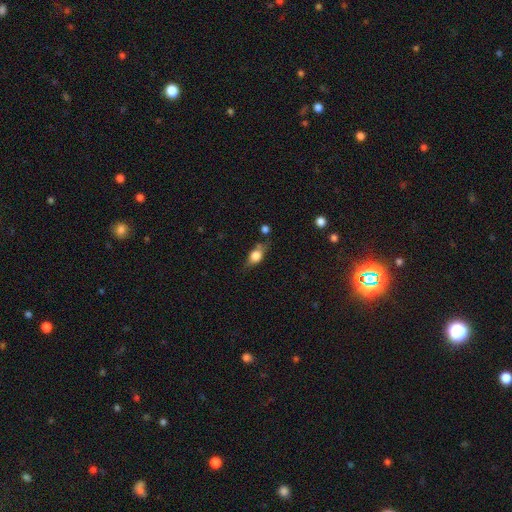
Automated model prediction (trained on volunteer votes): Overall: smooth (65%; featured or disk 25%). How rounded: in between (69%). Merging: none (56%; minor disturbance 27%).